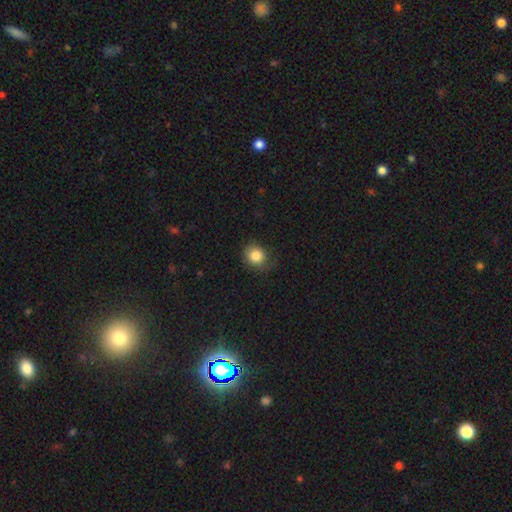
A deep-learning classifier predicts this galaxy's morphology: Smooth or featured: smooth — 84% (star or artifact — 9%)
How rounded: round — 76% (in between — 23%)
Merging: none — 69% (minor disturbance — 22%)